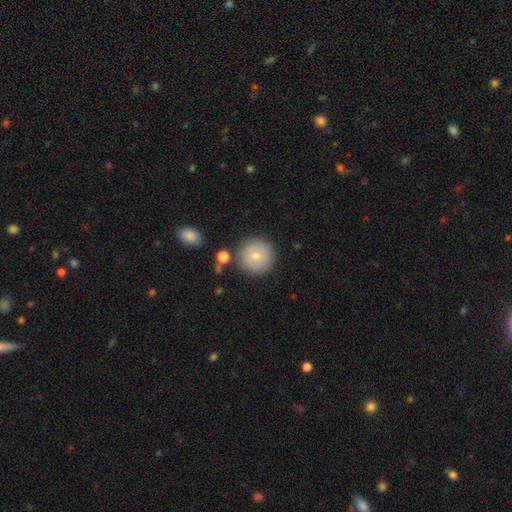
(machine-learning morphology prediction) Smooth or featured?
  - smooth: 73% *
  - featured or disk: 18%
  - star or artifact: 9%
How rounded?
  - round: 96% *
  - in between: 3%
  - cigar-shaped: 1%
Merging?
  - none: 86% *
  - minor disturbance: 8%
  - merger: 3%
  - major disturbance: 2%